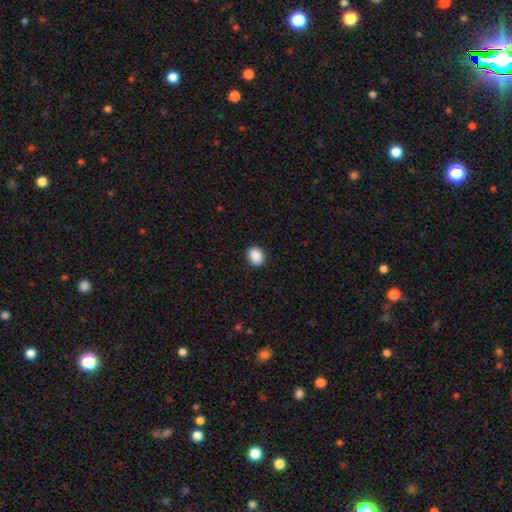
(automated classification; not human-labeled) Smooth or featured? smooth (90%)
How rounded? in between (51%)
Merging? none (91%)